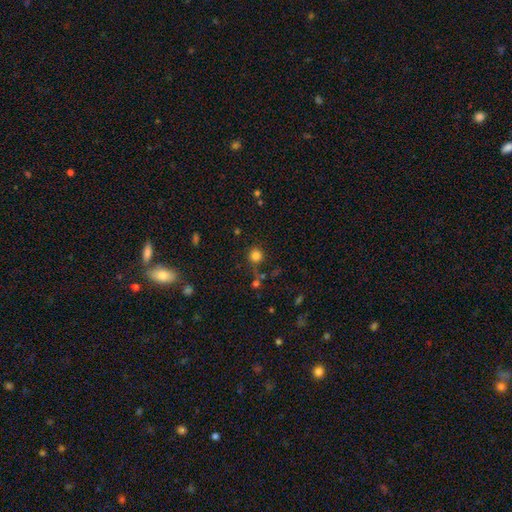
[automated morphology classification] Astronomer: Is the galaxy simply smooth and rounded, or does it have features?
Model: smooth — 81%.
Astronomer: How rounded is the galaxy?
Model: round — 93%.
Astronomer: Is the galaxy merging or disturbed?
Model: none — 74%.